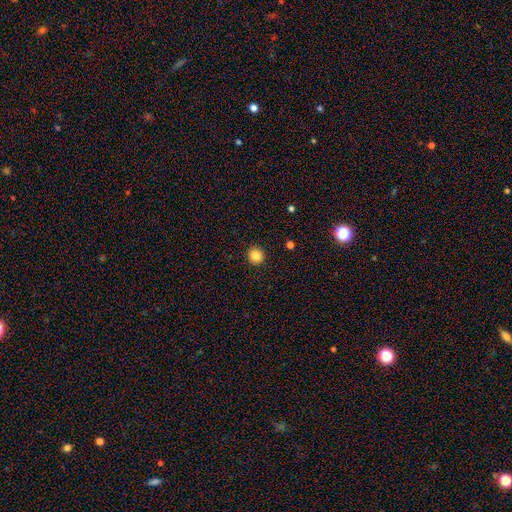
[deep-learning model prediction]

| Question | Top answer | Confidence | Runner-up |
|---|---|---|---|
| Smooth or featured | smooth | 84% | star or artifact (11%) |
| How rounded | round | 91% | in between (8%) |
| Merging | none | 93% | minor disturbance (5%) |